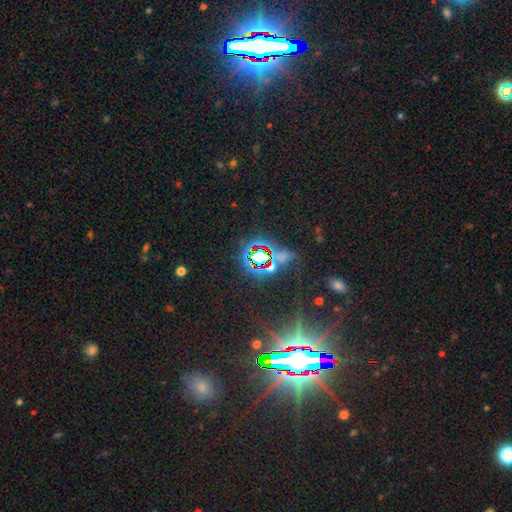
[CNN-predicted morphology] star or artifact 83%, featured or disk 9%, smooth 9%.